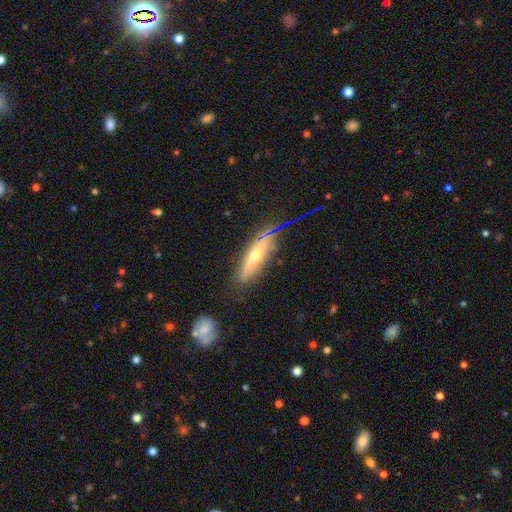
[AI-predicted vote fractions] Overall: featured or disk (59%; smooth 31%). Edge-on disk: yes (77%). Merging: none (70%).